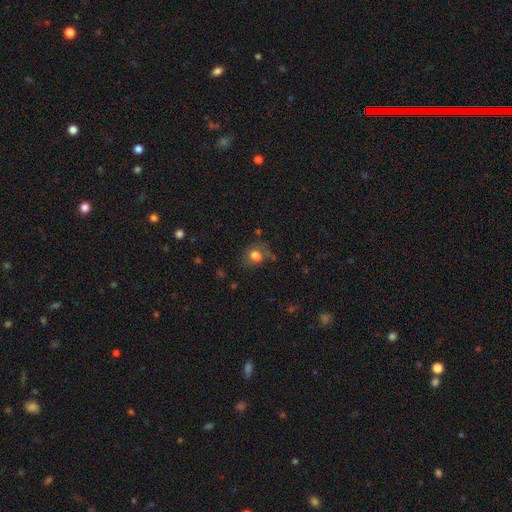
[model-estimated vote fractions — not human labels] The model was most divided on "how rounded": in between: 58%, round: 40%, cigar-shaped: 2%. More confident: smooth or featured — smooth (74%); merging — none (59%).